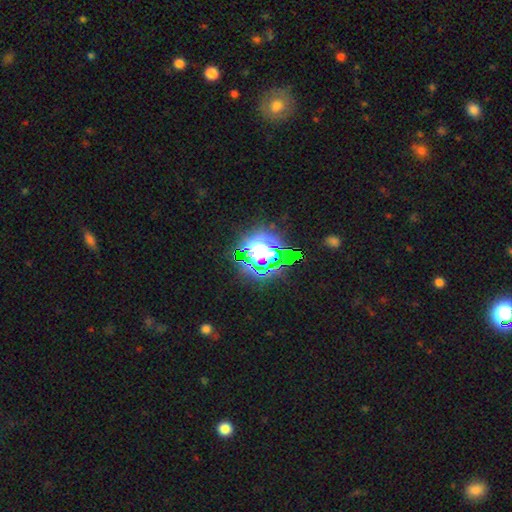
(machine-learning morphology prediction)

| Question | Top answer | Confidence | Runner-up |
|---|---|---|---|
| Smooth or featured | star or artifact | 68% | smooth (16%) |